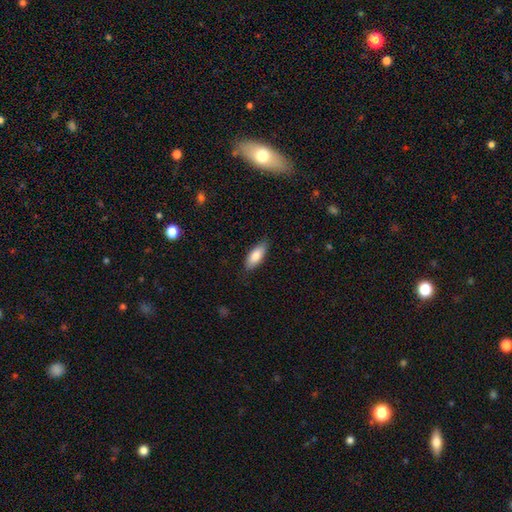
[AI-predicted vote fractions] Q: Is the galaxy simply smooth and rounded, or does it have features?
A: smooth — 82%.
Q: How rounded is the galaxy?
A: in between — 76%.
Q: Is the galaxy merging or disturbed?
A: none — 82%.